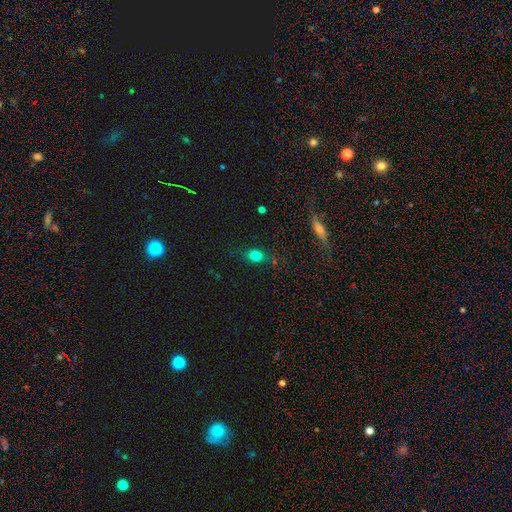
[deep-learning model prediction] Q: Smooth or featured?
A: smooth (79%); runner-up: star or artifact (13%)
Q: How rounded?
A: in between (52%); runner-up: round (44%)
Q: Merging?
A: none (75%); runner-up: minor disturbance (17%)